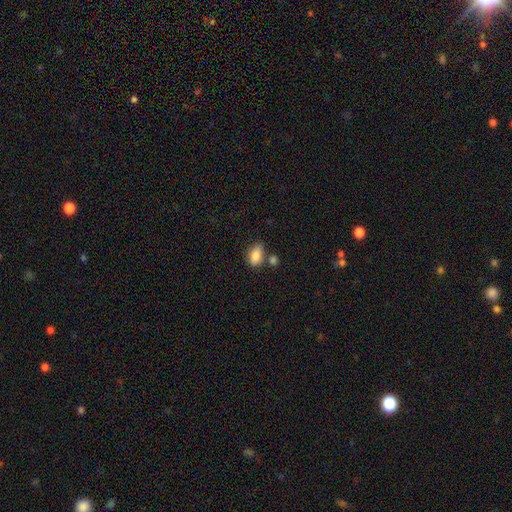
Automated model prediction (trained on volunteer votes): Smooth or featured: smooth — 85% (star or artifact — 8%)
How rounded: in between — 88% (round — 9%)
Merging: none — 62% (minor disturbance — 17%)